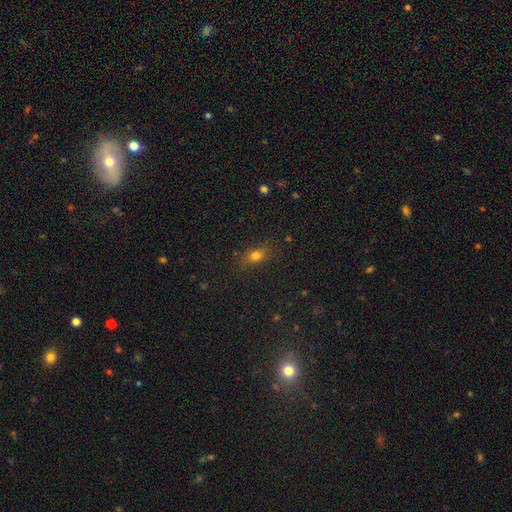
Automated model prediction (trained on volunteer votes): Smooth or featured? Predicted: smooth (p=0.74). How rounded? Predicted: in between (p=0.70). Merging? Predicted: none (p=0.80).